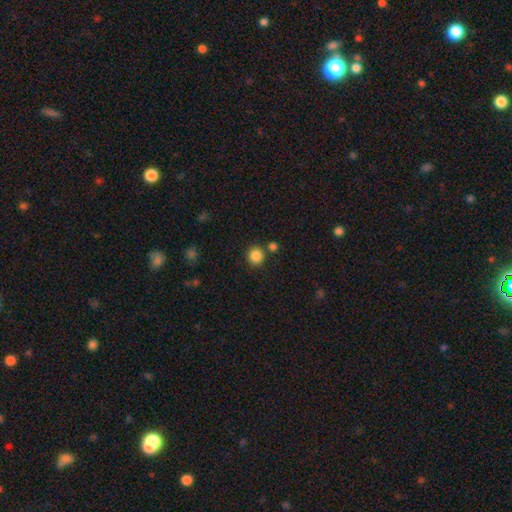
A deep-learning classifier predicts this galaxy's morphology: smooth_or_featured: smooth (p=0.86) [alt: star or artifact p=0.10]
how_rounded: round (p=0.90) [alt: in between p=0.09]
merging: none (p=0.81) [alt: merger p=0.09]